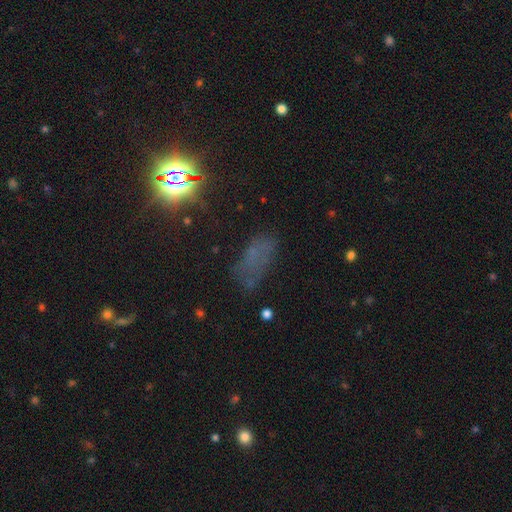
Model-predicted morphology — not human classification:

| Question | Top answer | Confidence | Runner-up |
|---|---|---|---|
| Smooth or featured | smooth | 41% | star or artifact (38%) |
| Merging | none | 52% | minor disturbance (24%) |